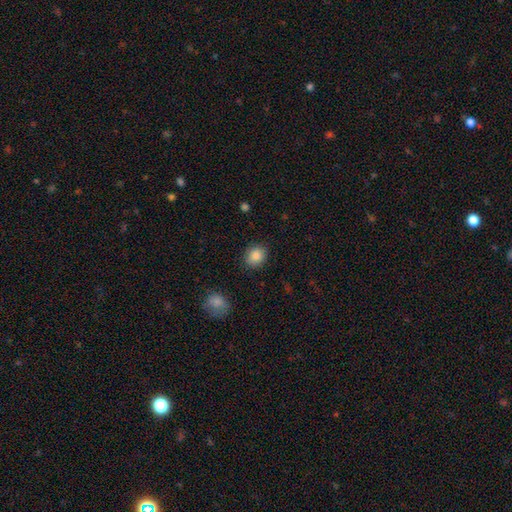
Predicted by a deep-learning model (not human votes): Overall: smooth (87%). How rounded: round (65%; in between 34%). Merging: none (87%).